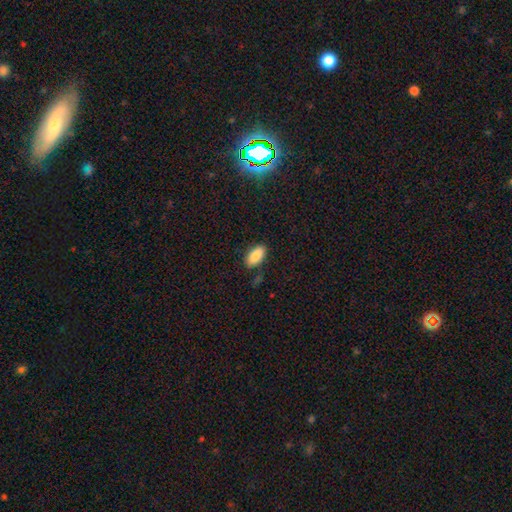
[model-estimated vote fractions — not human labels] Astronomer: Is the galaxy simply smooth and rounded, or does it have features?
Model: smooth — 86%.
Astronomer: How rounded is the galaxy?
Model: in between — 92%.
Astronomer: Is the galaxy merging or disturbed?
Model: none — 82%.